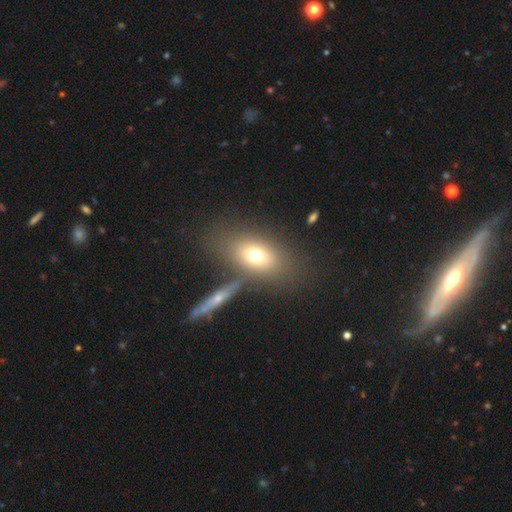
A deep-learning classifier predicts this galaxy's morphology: This is likely a smooth galaxy (67%). How rounded: likely in between (73%). Merging: likely none (65%).